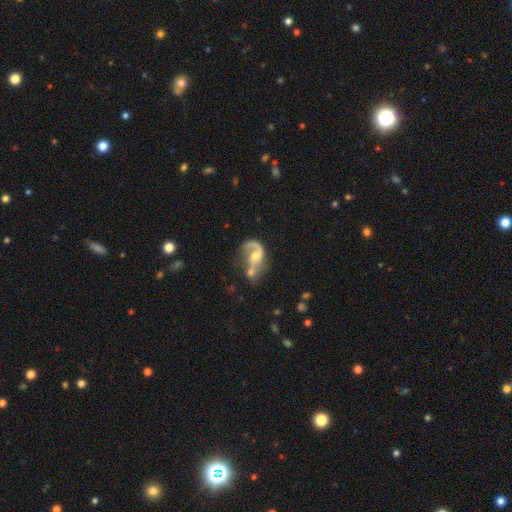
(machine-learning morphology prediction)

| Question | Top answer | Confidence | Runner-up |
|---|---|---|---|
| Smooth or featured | featured or disk | 77% | smooth (16%) |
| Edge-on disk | no | 97% | yes (3%) |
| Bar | no | 58% | weak (33%) |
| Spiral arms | yes | 88% | no (12%) |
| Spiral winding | loose | 60% | medium (31%) |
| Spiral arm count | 1 | 60% | 2 (34%) |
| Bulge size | moderate | 57% | small (28%) |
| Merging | merger | 38% | none (25%) |